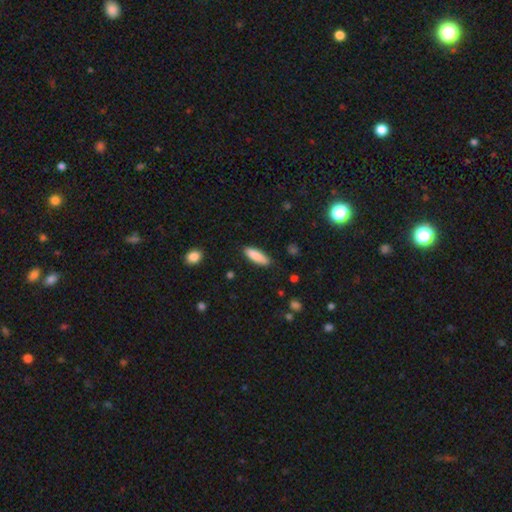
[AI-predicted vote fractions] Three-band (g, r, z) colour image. It shows a smooth galaxy with no disk features (87%) that is in between round and cigar-shaped (50%). Merging: none (85%).